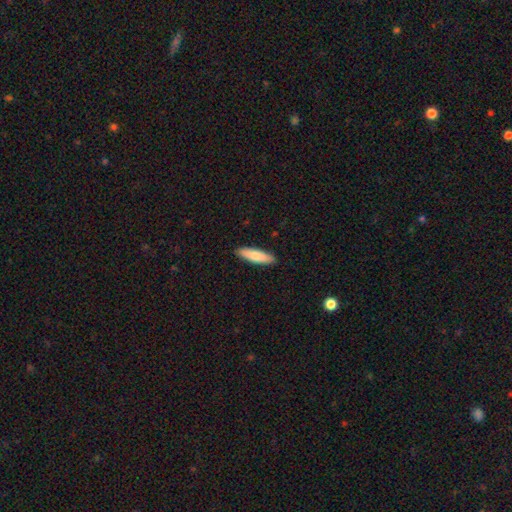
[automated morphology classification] type=smooth (80%); roundness=cigar-shaped (64%); merging=none (90%).